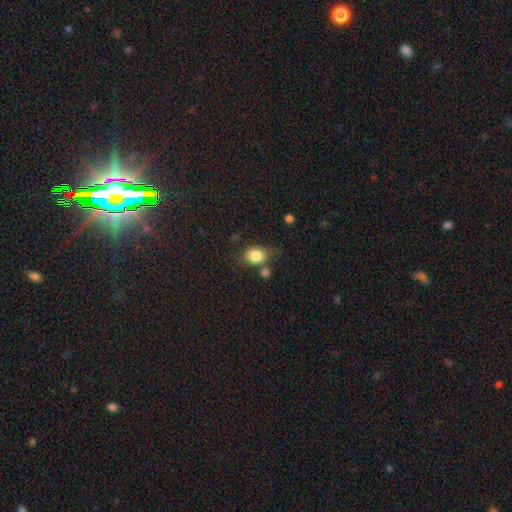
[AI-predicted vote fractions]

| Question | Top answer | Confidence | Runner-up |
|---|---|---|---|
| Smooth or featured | smooth | 83% | star or artifact (10%) |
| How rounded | in between | 51% | round (48%) |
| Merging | none | 56% | minor disturbance (23%) |